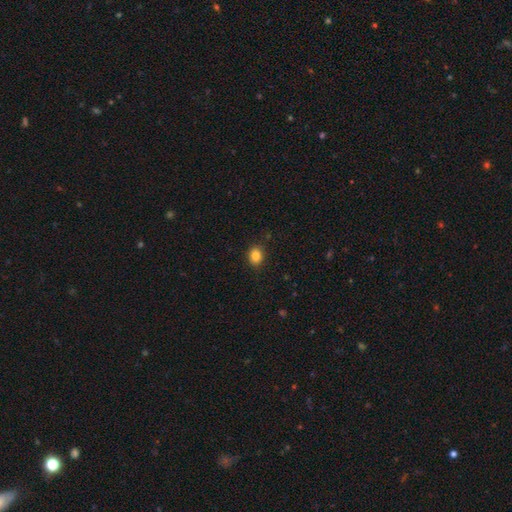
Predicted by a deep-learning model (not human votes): Overall: smooth (84%). How rounded: round (54%; in between 45%). Merging: none (88%).